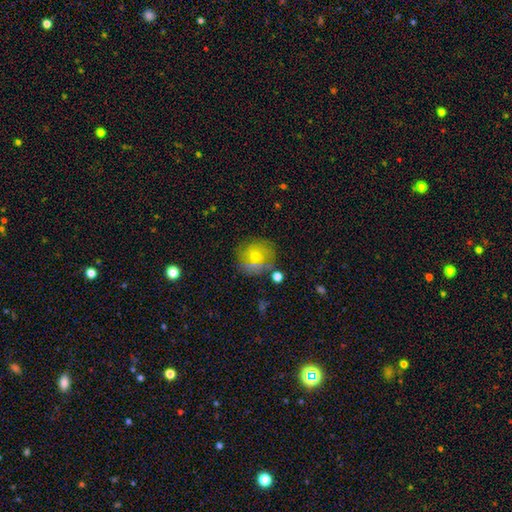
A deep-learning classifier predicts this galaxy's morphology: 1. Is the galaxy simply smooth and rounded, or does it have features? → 65% smooth, 23% featured or disk, 12% star or artifact.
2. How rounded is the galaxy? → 83% round, 15% in between, 1% cigar-shaped.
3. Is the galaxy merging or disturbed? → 62% none, 18% minor disturbance, 12% merger, 9% major disturbance.